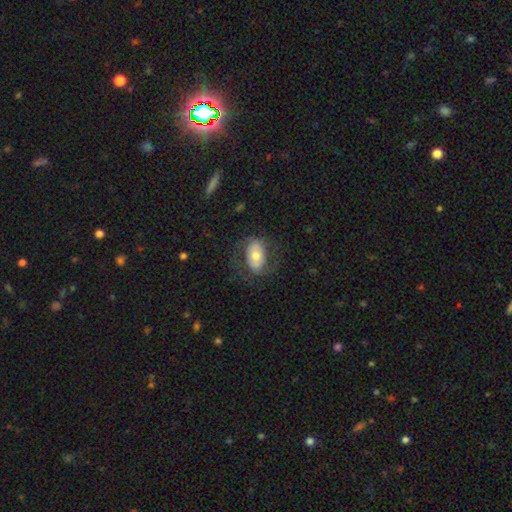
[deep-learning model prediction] Smooth or featured?
  - smooth: 54% *
  - featured or disk: 39%
  - star or artifact: 7%
How rounded?
  - in between: 86% *
  - round: 12%
  - cigar-shaped: 2%
Merging?
  - none: 66% *
  - minor disturbance: 17%
  - major disturbance: 16%
  - merger: 1%